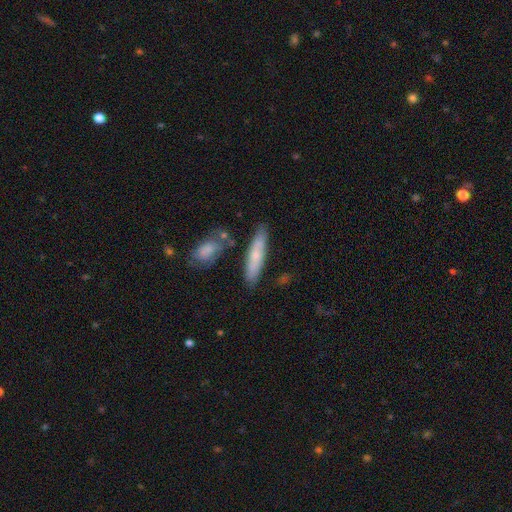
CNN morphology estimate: This is likely a smooth galaxy (66%). How rounded: clearly cigar-shaped (81%). Merging: likely none (78%).